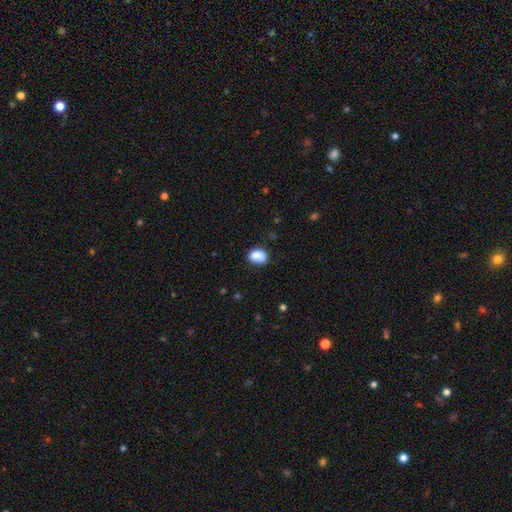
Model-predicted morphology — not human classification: The model was most divided on "how rounded": in between: 67%, round: 32%, cigar-shaped: 1%. More confident: smooth or featured — smooth (85%); merging — none (65%).